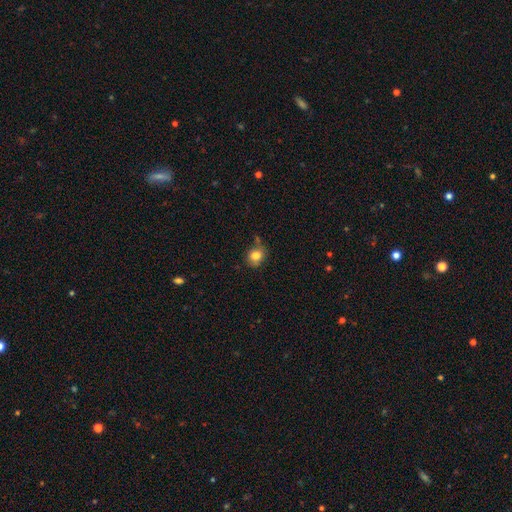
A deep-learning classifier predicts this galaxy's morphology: Q: Smooth or featured?
A: smooth (82%); runner-up: star or artifact (10%)
Q: How rounded?
A: round (72%); runner-up: in between (27%)
Q: Merging?
A: none (70%); runner-up: minor disturbance (19%)